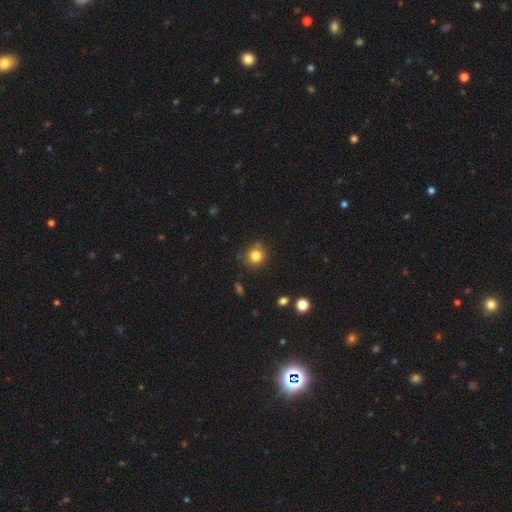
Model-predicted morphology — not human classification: This is clearly a smooth galaxy (82%). How rounded: clearly round (89%). Merging: clearly none (83%).